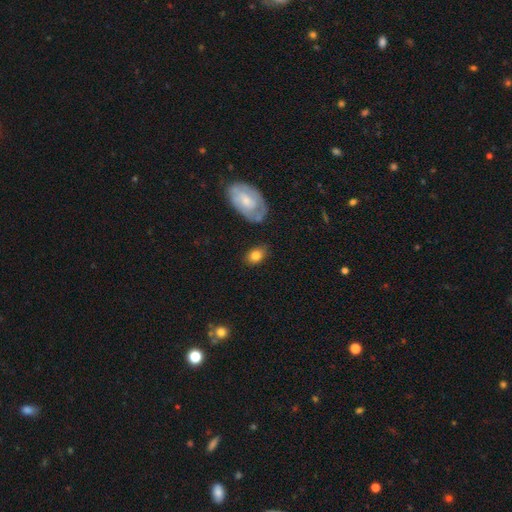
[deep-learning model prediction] The model was most divided on "how rounded": in between: 76%, round: 22%, cigar-shaped: 2%. More confident: smooth or featured — smooth (78%); merging — none (74%).